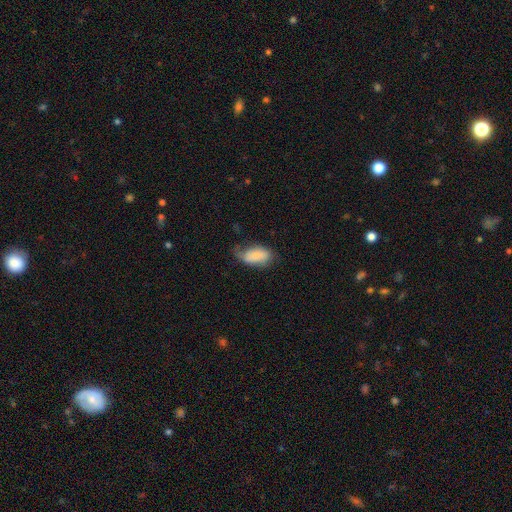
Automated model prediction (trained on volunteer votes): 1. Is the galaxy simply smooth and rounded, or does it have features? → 79% smooth, 14% featured or disk, 7% star or artifact.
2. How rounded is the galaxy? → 93% in between, 4% round, 3% cigar-shaped.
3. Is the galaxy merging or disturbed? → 45% none, 37% minor disturbance, 16% major disturbance, 2% merger.